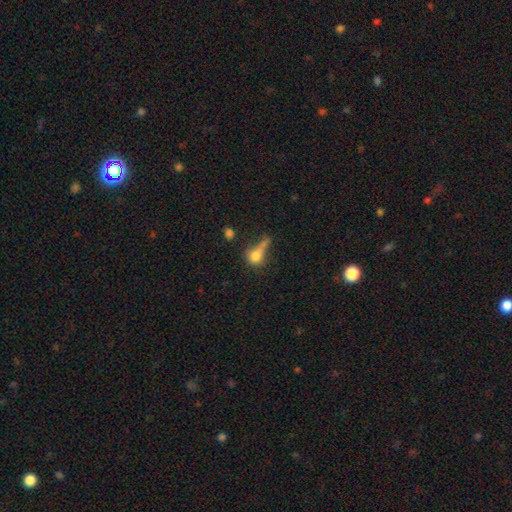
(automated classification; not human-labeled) smooth_or_featured: smooth (p=0.72) [alt: featured or disk p=0.15]
how_rounded: round (p=0.61) [alt: in between p=0.34]
merging: merger (p=0.30) [alt: none p=0.27]